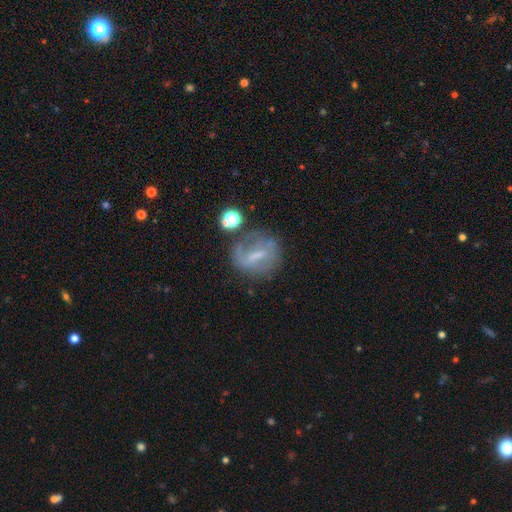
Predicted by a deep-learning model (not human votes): Smooth or featured?
  - featured or disk: 54% *
  - smooth: 32%
  - star or artifact: 13%
Edge-on disk?
  - no: 92% *
  - yes: 8%
Bar?
  - weak: 41% *
  - strong: 39%
  - no: 19%
Spiral arms?
  - no: 53% *
  - yes: 47%
Bulge size?
  - small: 43% *
  - none: 32%
  - moderate: 22%
  - large: 2%
  - dominant: 1%
Merging?
  - none: 57% *
  - minor disturbance: 21%
  - major disturbance: 15%
  - merger: 8%